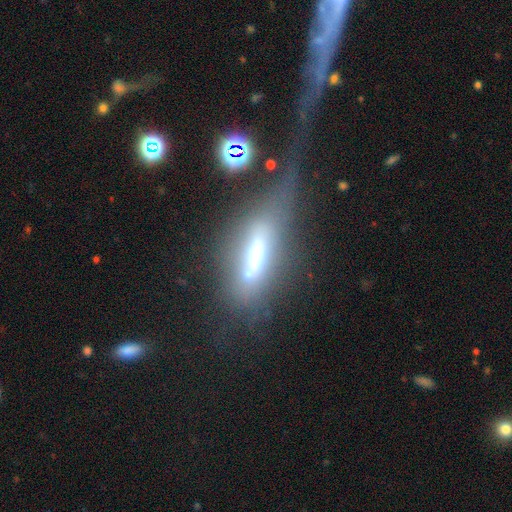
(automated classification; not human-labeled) Smooth or featured? featured or disk (48%)
Merging? major disturbance (47%)